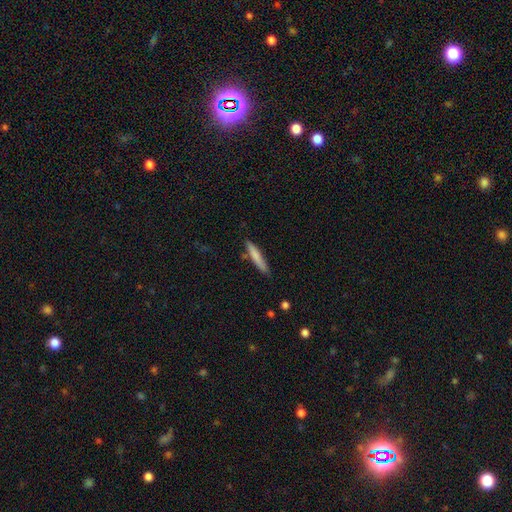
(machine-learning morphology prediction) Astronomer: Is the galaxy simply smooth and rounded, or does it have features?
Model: smooth — 76%.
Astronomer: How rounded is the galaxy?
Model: cigar-shaped — 92%.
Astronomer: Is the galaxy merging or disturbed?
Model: none — 80%.